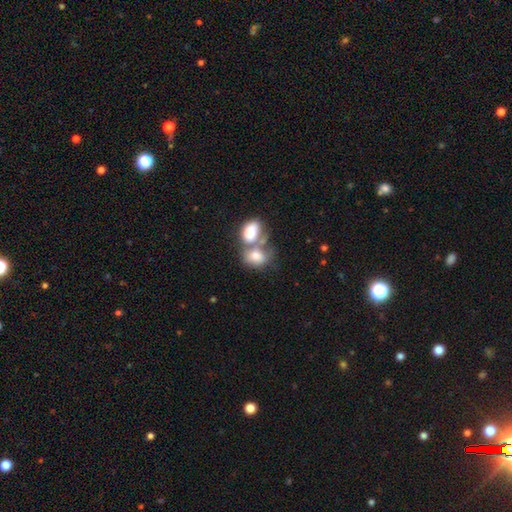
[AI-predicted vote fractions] Smooth or featured? smooth (76%)
How rounded? in between (76%)
Merging? merger (67%)